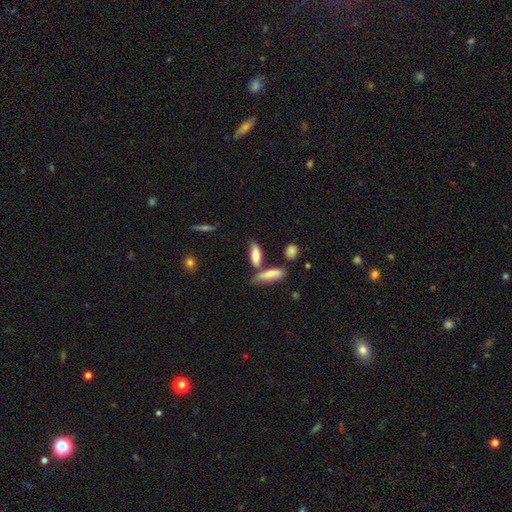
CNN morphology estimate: Q: Smooth or featured?
A: smooth (76%); runner-up: featured or disk (17%)
Q: How rounded?
A: in between (57%); runner-up: cigar-shaped (40%)
Q: Merging?
A: none (52%); runner-up: merger (27%)